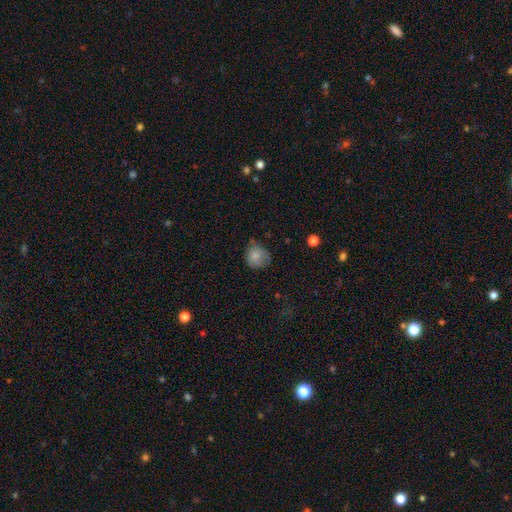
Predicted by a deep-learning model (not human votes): Overall: smooth (80%). How rounded: round (77%). Merging: none (56%; minor disturbance 33%).